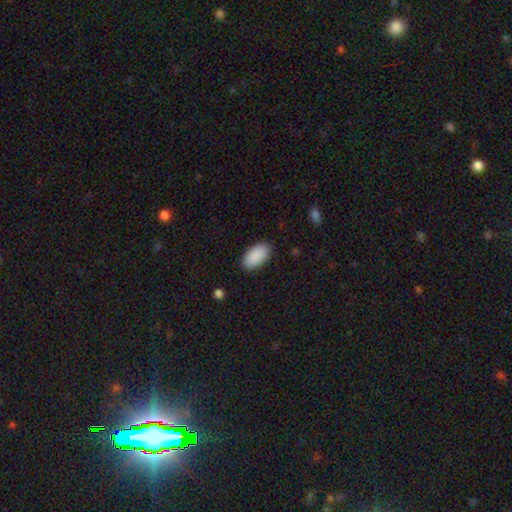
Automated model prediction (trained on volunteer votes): Smooth or featured: smooth — 91% (star or artifact — 6%)
How rounded: in between — 96% (round — 2%)
Merging: none — 88% (minor disturbance — 9%)